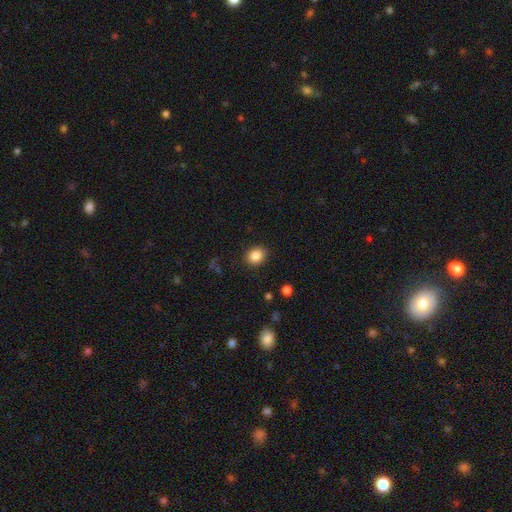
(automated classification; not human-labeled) smooth_or_featured: smooth (p=0.86) [alt: star or artifact p=0.09]
how_rounded: round (p=0.59) [alt: in between p=0.40]
merging: none (p=0.88) [alt: minor disturbance p=0.08]